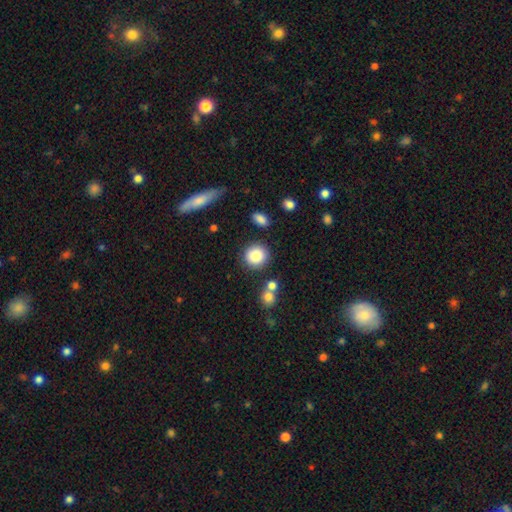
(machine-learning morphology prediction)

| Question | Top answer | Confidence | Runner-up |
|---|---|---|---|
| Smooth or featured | smooth | 85% | star or artifact (9%) |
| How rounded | round | 89% | in between (10%) |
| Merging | none | 81% | minor disturbance (9%) |